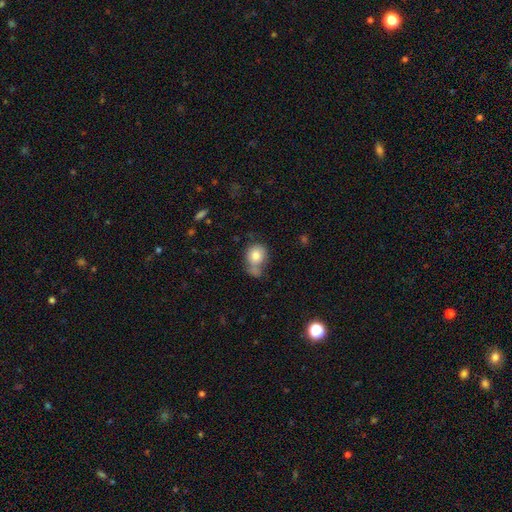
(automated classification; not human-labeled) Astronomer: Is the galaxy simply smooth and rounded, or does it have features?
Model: smooth — 81%.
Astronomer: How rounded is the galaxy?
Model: round — 69%.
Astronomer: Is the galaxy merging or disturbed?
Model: none — 42% (runner-up: merger, 28%).